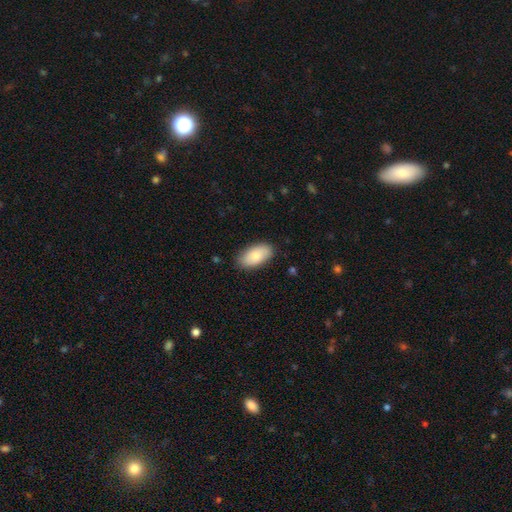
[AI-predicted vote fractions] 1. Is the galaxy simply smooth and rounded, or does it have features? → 82% smooth, 12% featured or disk, 6% star or artifact.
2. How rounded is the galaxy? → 94% in between, 3% round, 3% cigar-shaped.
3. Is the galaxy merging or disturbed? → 85% none, 12% minor disturbance, 2% major disturbance, 1% merger.